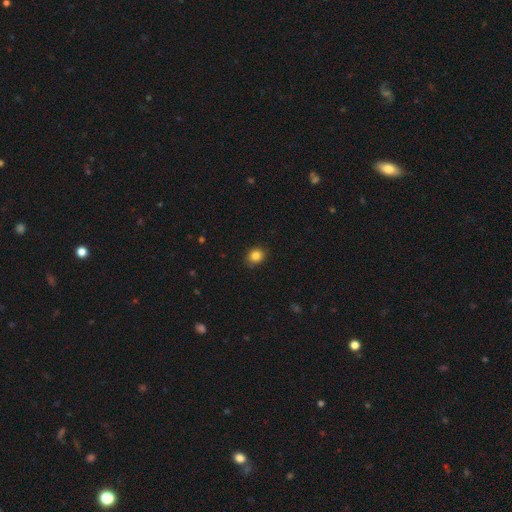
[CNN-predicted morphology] A smooth galaxy with no disk features (85%) that is round (71%). Merging: none (86%).